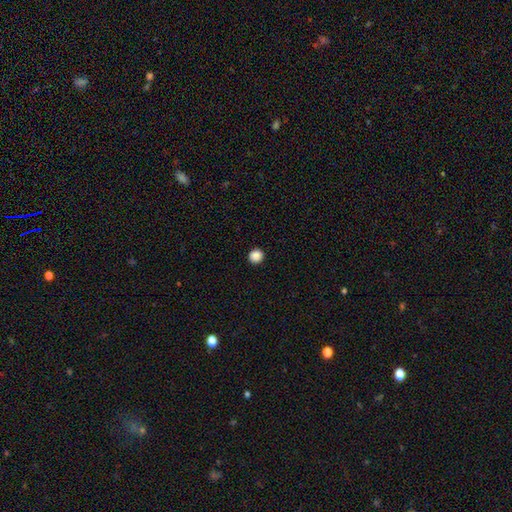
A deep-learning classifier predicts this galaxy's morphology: This appears to be a smooth galaxy with no disk features (88%) that is round (94%). Merging: none (93%).